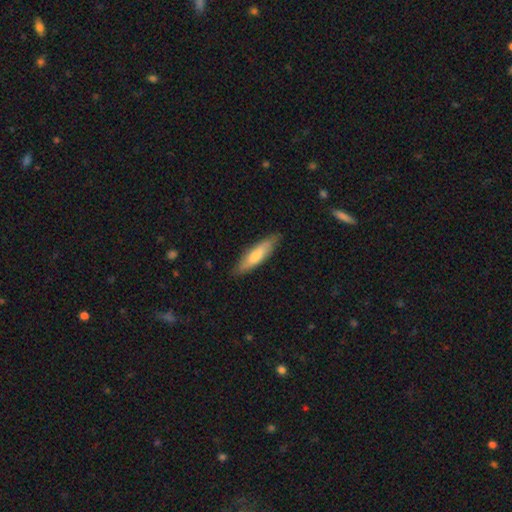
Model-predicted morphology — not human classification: Overall: smooth (68%). How rounded: cigar-shaped (73%). Merging: none (85%).